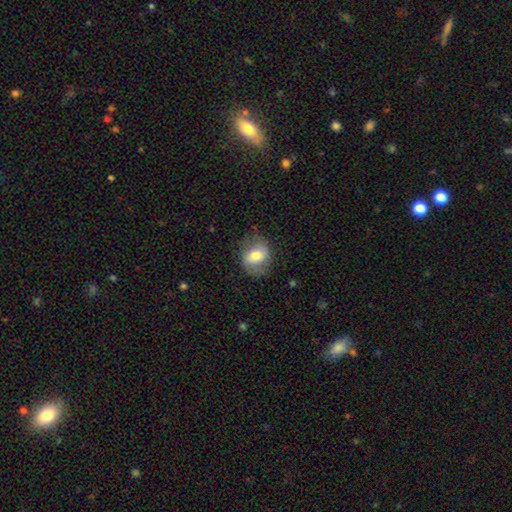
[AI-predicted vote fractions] Morphology: type=smooth (61%); roundness=round (55%); merging=none (74%).